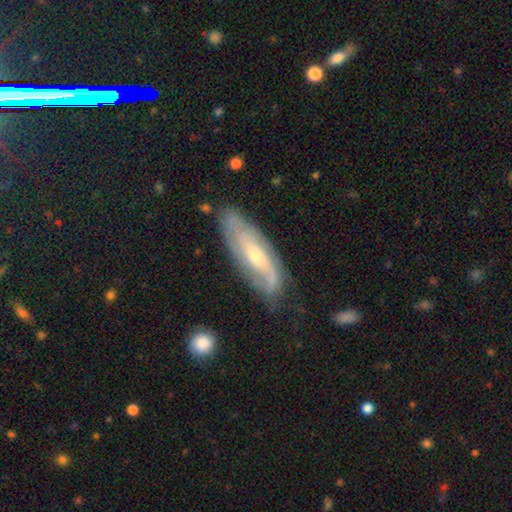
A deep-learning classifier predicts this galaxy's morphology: Q: Smooth or featured?
A: featured or disk (73%); runner-up: smooth (21%)
Q: Edge-on disk?
A: no (80%); runner-up: yes (20%)
Q: Bar?
A: no (50%); runner-up: weak (37%)
Q: Spiral arms?
A: yes (90%); runner-up: no (10%)
Q: Spiral winding?
A: medium (38%); runner-up: tight (35%)
Q: Spiral arm count?
A: 2 (57%); runner-up: can't tell (27%)
Q: Bulge size?
A: small (56%); runner-up: moderate (39%)
Q: Merging?
A: none (72%); runner-up: minor disturbance (20%)